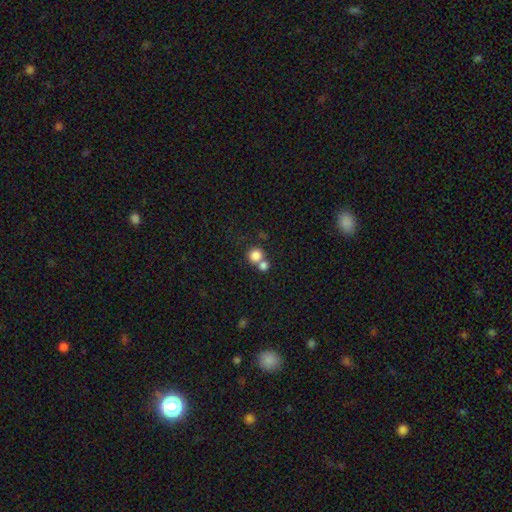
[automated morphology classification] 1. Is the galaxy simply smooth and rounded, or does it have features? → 82% smooth, 10% star or artifact, 8% featured or disk.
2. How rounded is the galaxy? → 89% round, 10% in between, 1% cigar-shaped.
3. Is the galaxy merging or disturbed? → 46% none, 45% merger, 6% minor disturbance, 3% major disturbance.